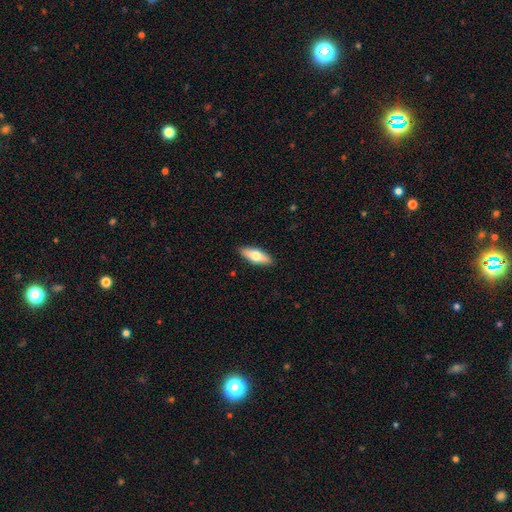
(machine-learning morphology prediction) This appears to be a smooth galaxy with no disk features (66%) that is in between round and cigar-shaped (65%). Merging: none (89%).